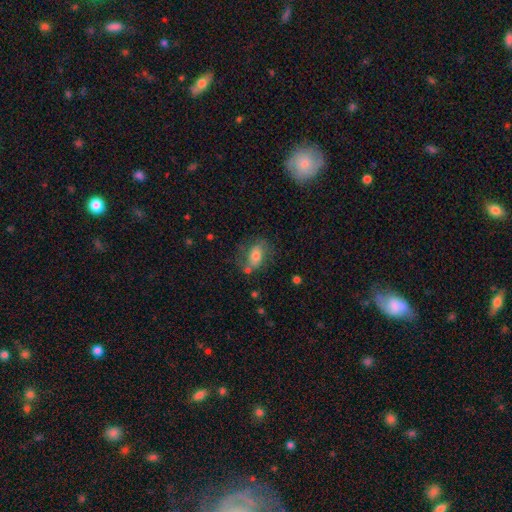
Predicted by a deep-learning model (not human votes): smooth 63%, featured or disk 29%, star or artifact 9%. Down the decision tree: how rounded — in between (84%); merging — none (59%).